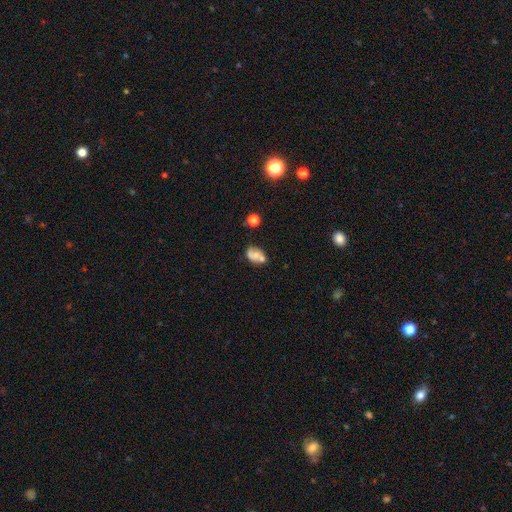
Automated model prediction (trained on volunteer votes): smooth-or-featured: smooth: 50% | featured or disk: 39% | star or artifact: 11%
  merging: none: 37% (tied) | merger: 37% (tied) | minor disturbance: 18% | major disturbance: 9%